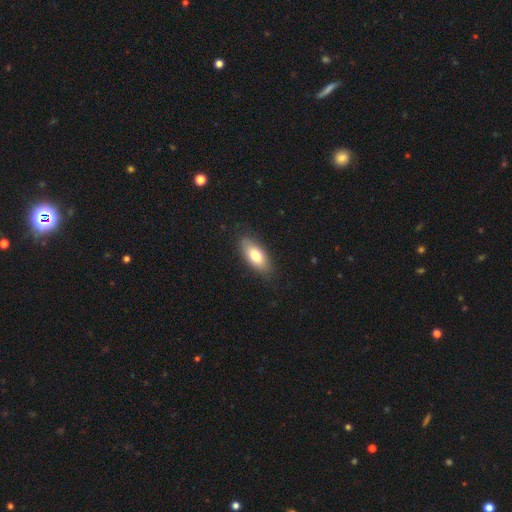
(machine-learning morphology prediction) A smooth galaxy with no disk features (76%) that is in between round and cigar-shaped (84%). Merging: none (84%).